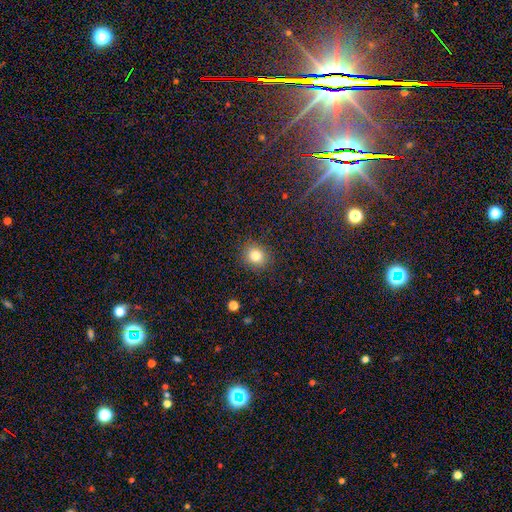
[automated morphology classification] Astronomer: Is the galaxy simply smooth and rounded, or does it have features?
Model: smooth — 82%.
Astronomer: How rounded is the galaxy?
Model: round — 76%.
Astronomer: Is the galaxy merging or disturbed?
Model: none — 88%.